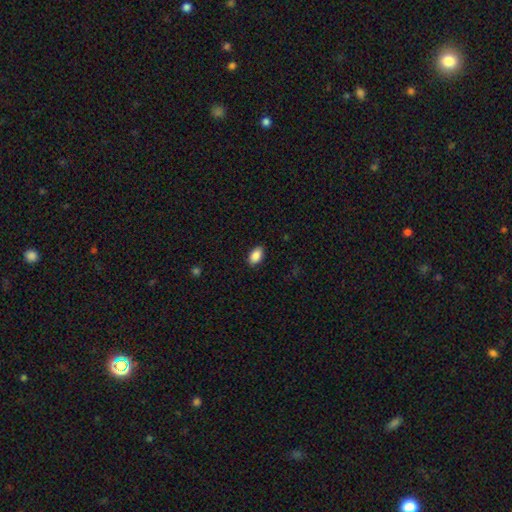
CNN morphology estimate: Smooth or featured? smooth (89%)
How rounded? in between (92%)
Merging? none (87%)